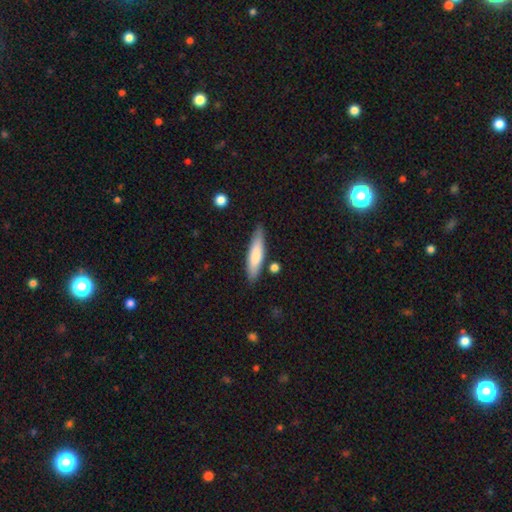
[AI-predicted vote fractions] smooth_or_featured: smooth (p=0.74) [alt: featured or disk p=0.20]
how_rounded: cigar-shaped (p=0.76) [alt: in between p=0.23]
merging: none (p=0.81) [alt: minor disturbance p=0.12]